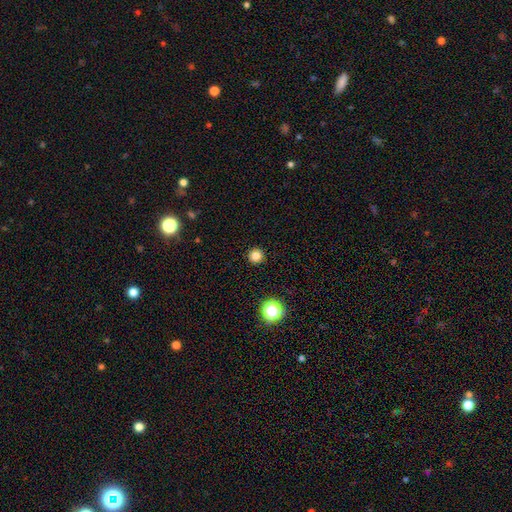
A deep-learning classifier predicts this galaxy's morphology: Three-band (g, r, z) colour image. It shows a smooth galaxy with no disk features (81%) that is round (96%). Merging: none (93%).